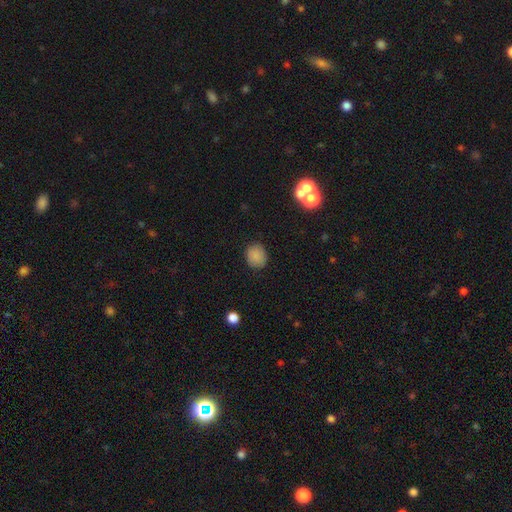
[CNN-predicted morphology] Smooth or featured: smooth — 84% (star or artifact — 10%)
How rounded: round — 71% (in between — 28%)
Merging: none — 86% (minor disturbance — 10%)